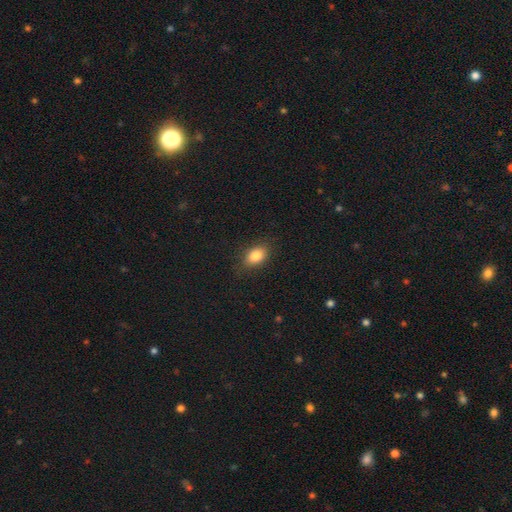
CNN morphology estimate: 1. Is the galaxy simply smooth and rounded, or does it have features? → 84% smooth, 9% star or artifact, 8% featured or disk.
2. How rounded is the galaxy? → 83% in between, 15% round, 2% cigar-shaped.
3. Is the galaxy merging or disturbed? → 84% none, 12% minor disturbance, 3% major disturbance, 1% merger.